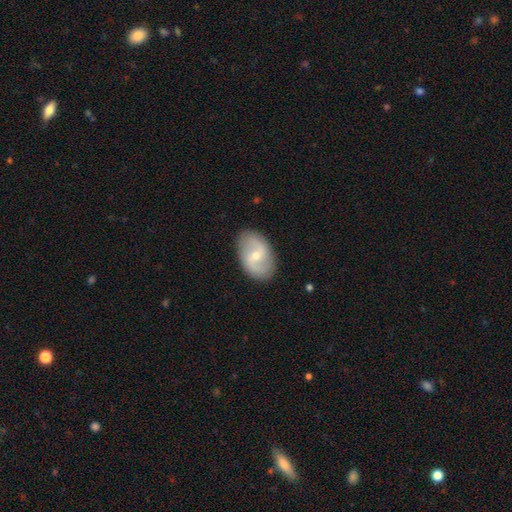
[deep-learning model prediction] A featured or disk galaxy (66%) with a weak bar (53%), 2 (88%) loose (48%) spiral arms (80%) and a moderate central bulge (48%, tied with small). Merging: none (86%).